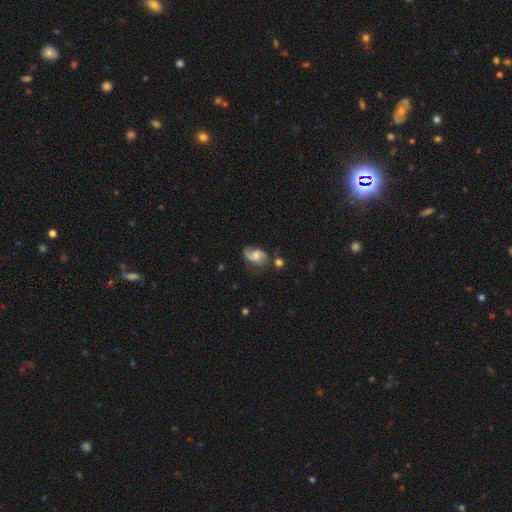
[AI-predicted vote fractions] Smooth or featured?
  - featured or disk: 72% *
  - smooth: 20%
  - star or artifact: 8%
Edge-on disk?
  - no: 97% *
  - yes: 3%
Bar?
  - no: 55% *
  - weak: 38%
  - strong: 7%
Spiral arms?
  - yes: 94% *
  - no: 6%
Spiral winding?
  - medium: 45% *
  - loose: 38%
  - tight: 17%
Spiral arm count?
  - 2: 77% *
  - 1: 15%
  - can't tell: 5%
  - 3: 1%
  - 4: 1%
  - more than 4: 1%
Bulge size?
  - moderate: 44% *
  - small: 28%
  - none: 13%
  - large: 13%
  - dominant: 2%
Merging?
  - none: 61% *
  - minor disturbance: 23%
  - major disturbance: 11%
  - merger: 6%